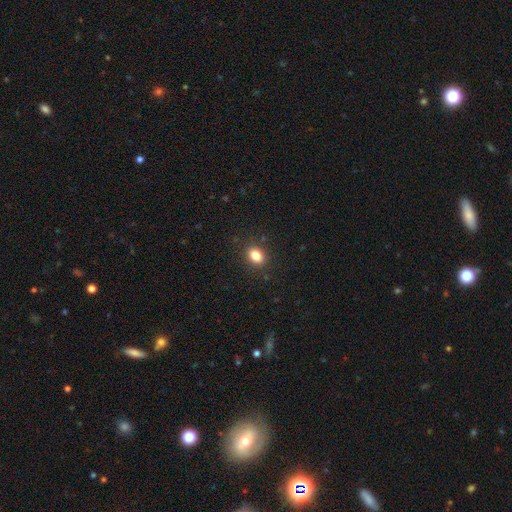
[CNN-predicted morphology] This appears to be a smooth galaxy with no disk features (84%) that is in between round and cigar-shaped (65%). Merging: none (88%).